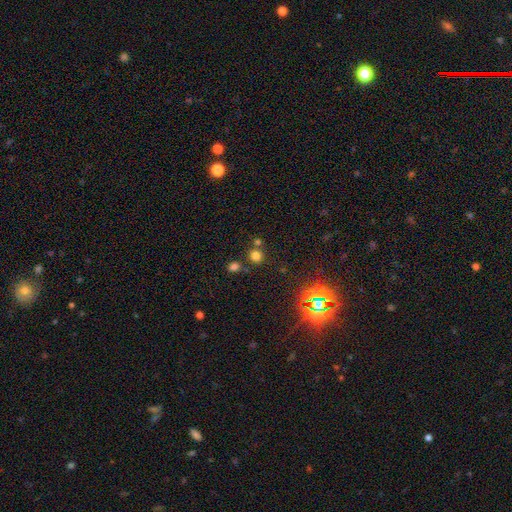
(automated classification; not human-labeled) Overall: smooth (71%). How rounded: round (89%). Merging: none (72%).